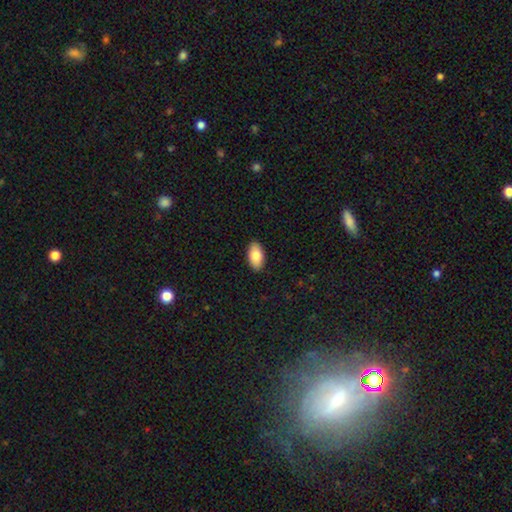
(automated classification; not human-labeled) smooth 81%, featured or disk 13%, star or artifact 6%. Down the decision tree: how rounded — in between (95%); merging — none (90%).